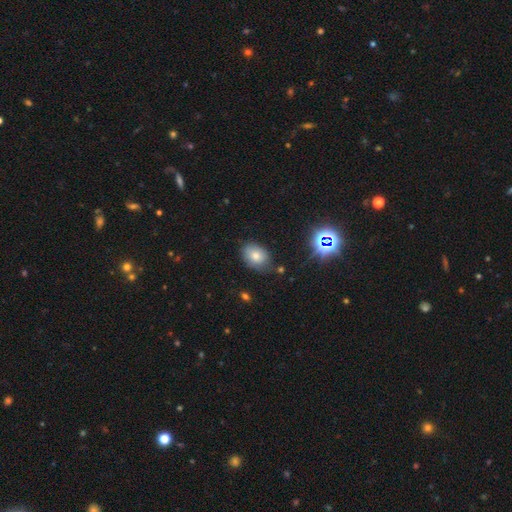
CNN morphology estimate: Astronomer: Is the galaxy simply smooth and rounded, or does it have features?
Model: smooth — 74%.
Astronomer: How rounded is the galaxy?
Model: in between — 74%.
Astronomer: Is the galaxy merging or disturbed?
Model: none — 70%.